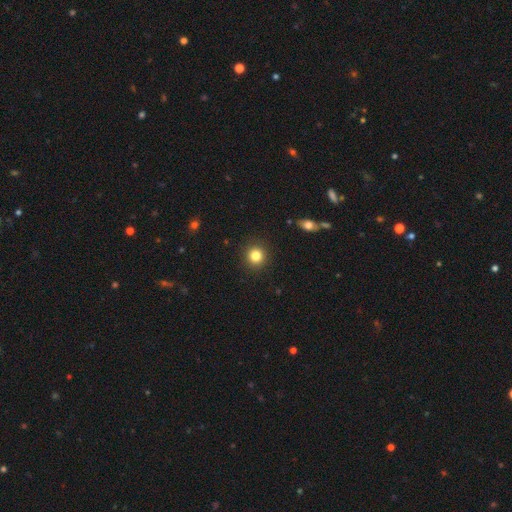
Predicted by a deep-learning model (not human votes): This is clearly a smooth galaxy (83%). How rounded: clearly round (92%). Merging: clearly none (91%).